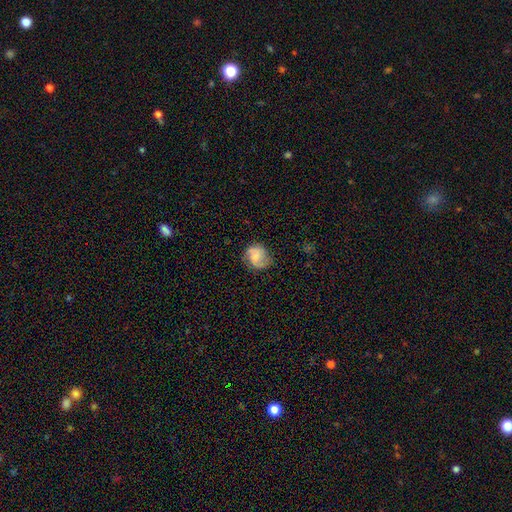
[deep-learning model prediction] Smooth or featured? featured or disk (53%)
Edge-on disk? no (98%)
Bar? no (58%)
Spiral arms? yes (91%)
Bulge size? small (39%)
Merging? none (75%)